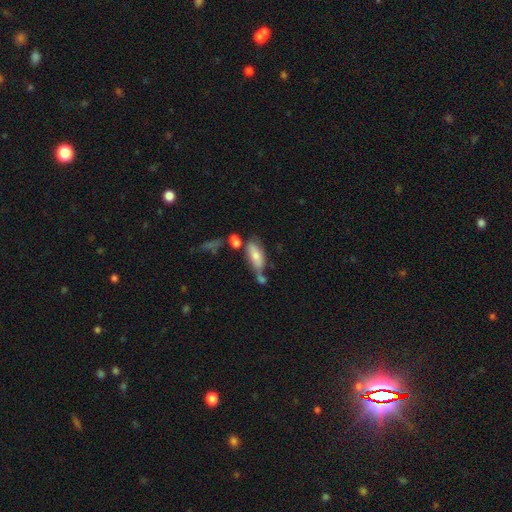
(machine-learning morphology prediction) Overall: smooth (68%). How rounded: in between (78%). Merging: none (38%; merger 30%).